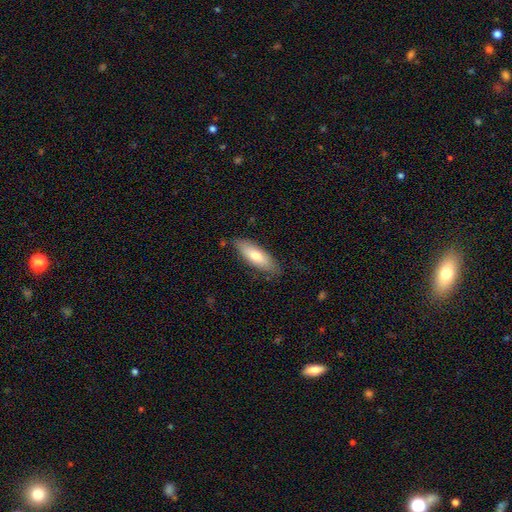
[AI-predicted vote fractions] This appears to be a smooth galaxy with no disk features (69%) that is in between round and cigar-shaped (63%). Merging: none (78%).